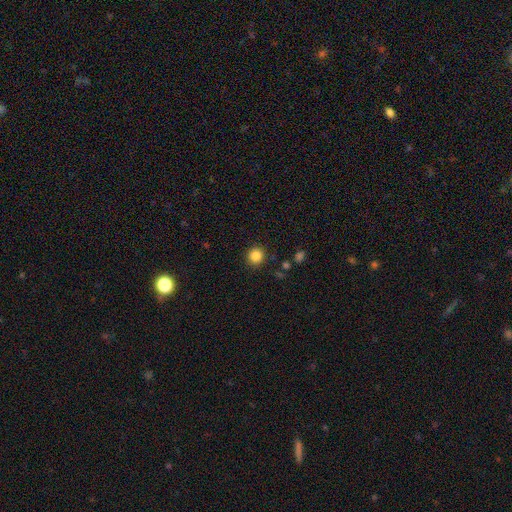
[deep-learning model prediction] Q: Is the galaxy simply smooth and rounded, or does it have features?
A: smooth — 85%.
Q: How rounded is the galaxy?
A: round — 92%.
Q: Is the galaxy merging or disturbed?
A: none — 91%.